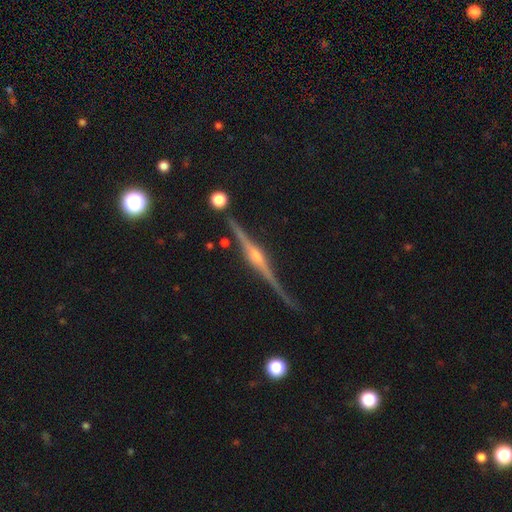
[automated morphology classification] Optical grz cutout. It shows a featured or disk galaxy (89%) viewed edge-on (98%) with a rounded central bulge (88%). Merging: none (85%).